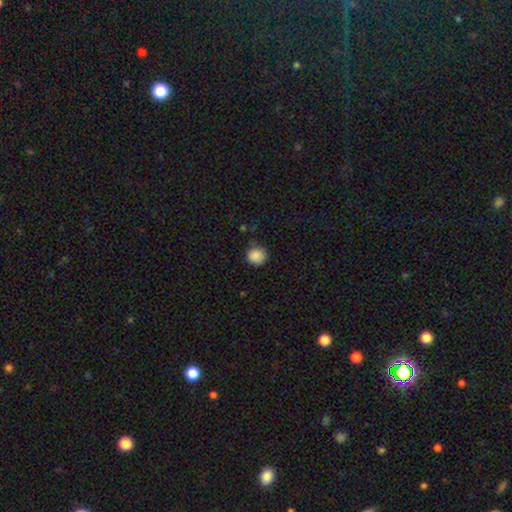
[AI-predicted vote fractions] The model was most divided on "merging": none: 78%, minor disturbance: 17%, major disturbance: 3%, merger: 2%. More confident: how rounded — round (91%); smooth or featured — smooth (87%).